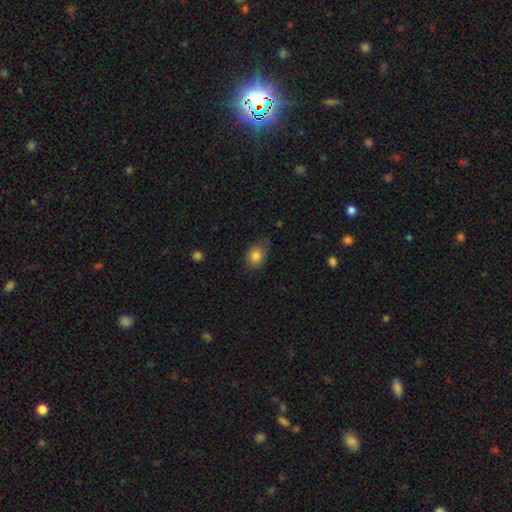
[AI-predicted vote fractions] Q: Smooth or featured?
A: smooth (82%); runner-up: featured or disk (9%)
Q: How rounded?
A: in between (66%); runner-up: round (33%)
Q: Merging?
A: none (68%); runner-up: minor disturbance (26%)